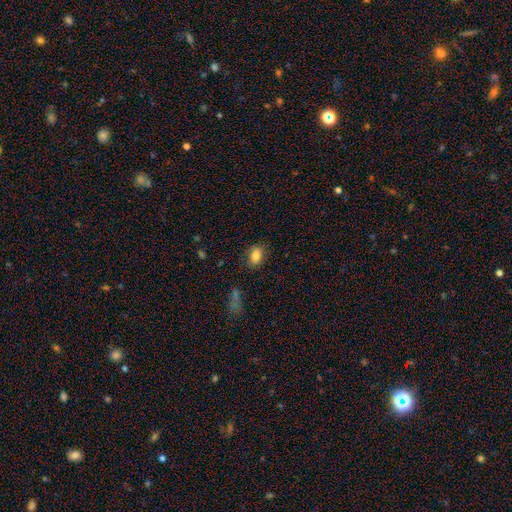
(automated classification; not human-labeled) Smooth or featured? Predicted: smooth (p=0.80). How rounded? Predicted: in between (p=0.79). Merging? Predicted: none (p=0.81).